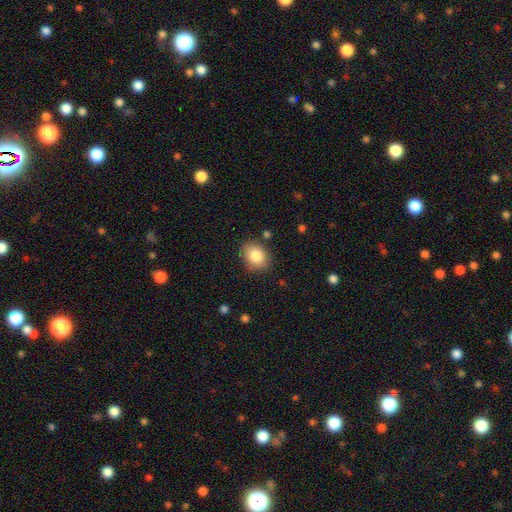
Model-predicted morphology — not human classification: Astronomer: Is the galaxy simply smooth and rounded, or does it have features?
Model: smooth — 83%.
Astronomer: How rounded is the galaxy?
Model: in between — 62%.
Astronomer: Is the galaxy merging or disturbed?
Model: none — 84%.